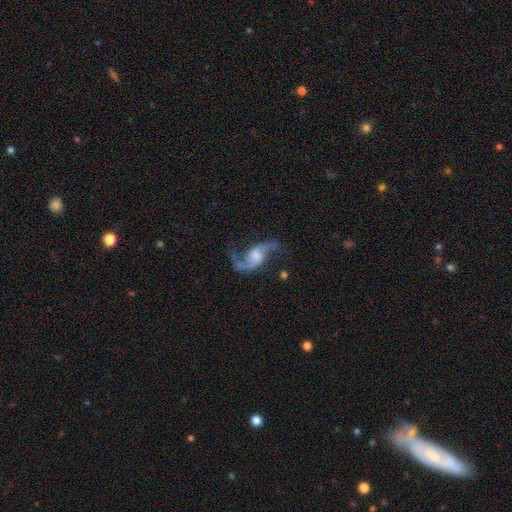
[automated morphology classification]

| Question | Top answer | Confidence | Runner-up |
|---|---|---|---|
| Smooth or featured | featured or disk | 90% | star or artifact (5%) |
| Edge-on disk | no | 97% | yes (3%) |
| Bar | no | 47% | weak (41%) |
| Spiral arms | yes | 97% | no (3%) |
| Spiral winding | loose | 76% | medium (20%) |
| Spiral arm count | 2 | 92% | 1 (3%) |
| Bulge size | moderate | 43% | small (30%) |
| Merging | none | 71% | minor disturbance (15%) |